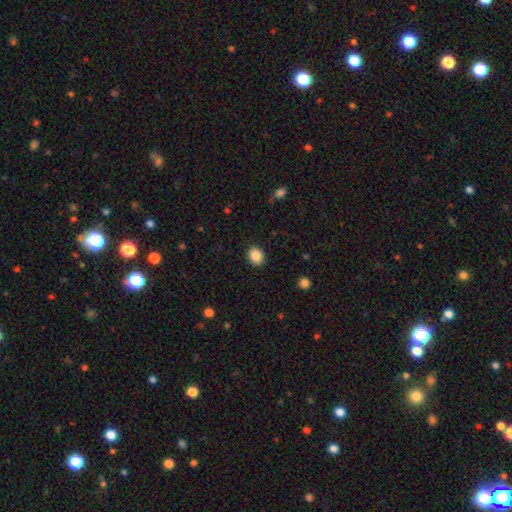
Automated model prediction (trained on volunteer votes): Overall: smooth (88%). How rounded: round (52%; in between 47%). Merging: none (90%).